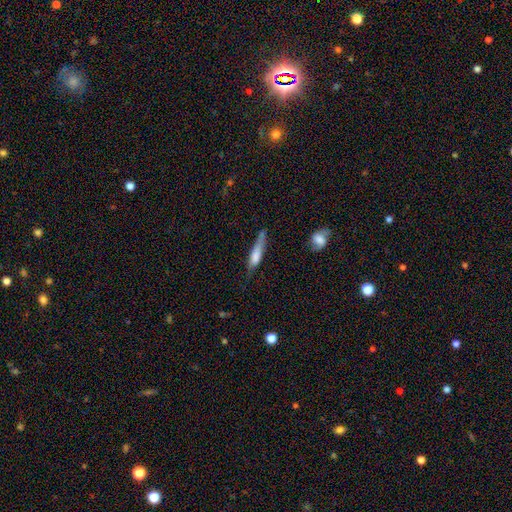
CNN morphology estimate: Smooth or featured: smooth — 61% (featured or disk — 32%)
How rounded: cigar-shaped — 80% (in between — 18%)
Merging: none — 47% (minor disturbance — 33%)